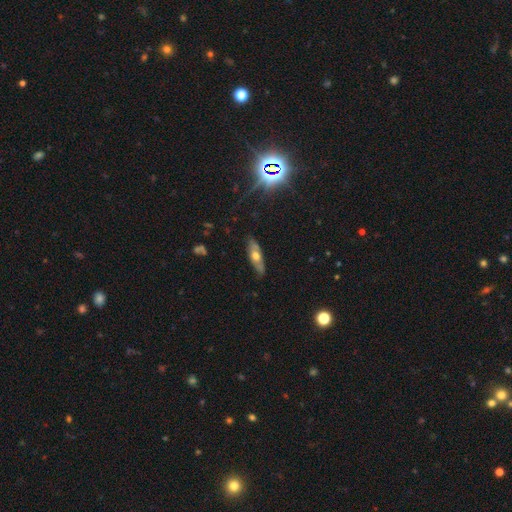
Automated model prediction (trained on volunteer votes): A featured or disk galaxy (47%). Merging: none (83%).